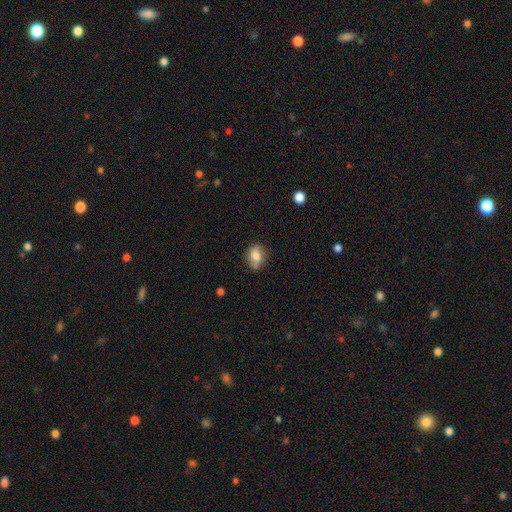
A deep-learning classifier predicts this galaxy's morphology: Overall: smooth (74%). How rounded: in between (56%; round 42%). Merging: none (67%).